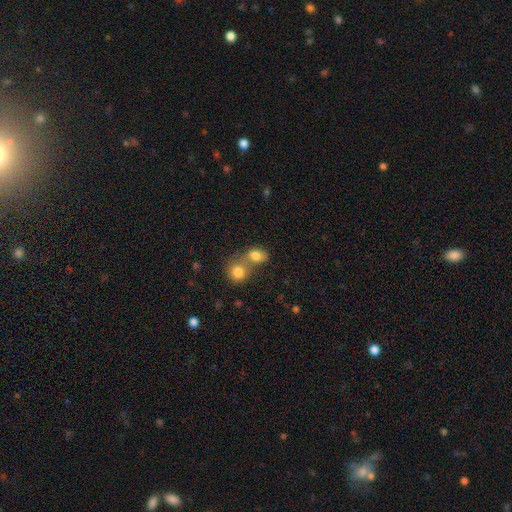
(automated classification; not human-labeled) This is clearly a smooth galaxy (81%). How rounded: possibly in between (58%). Merging: likely merger (61%).